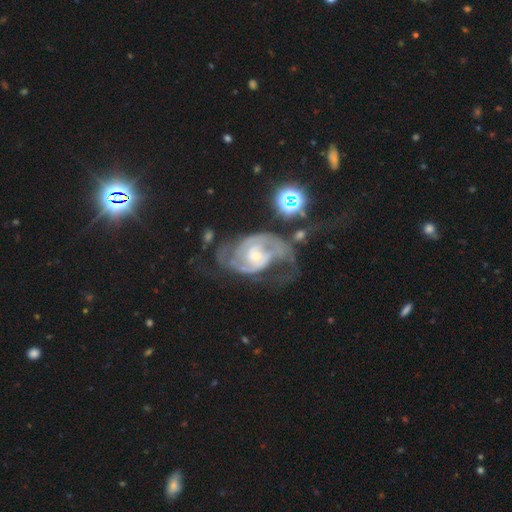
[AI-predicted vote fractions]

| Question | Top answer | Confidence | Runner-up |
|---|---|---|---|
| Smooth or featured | featured or disk | 87% | smooth (7%) |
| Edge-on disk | no | 97% | yes (3%) |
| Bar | no | 55% | weak (36%) |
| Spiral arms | yes | 94% | no (6%) |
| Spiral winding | medium | 48% | tight (31%) |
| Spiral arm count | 2 | 70% | can't tell (14%) |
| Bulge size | small | 60% | moderate (33%) |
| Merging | none | 37% | major disturbance (35%) |